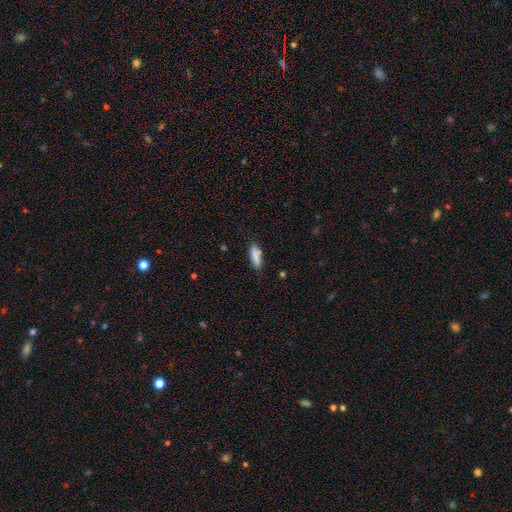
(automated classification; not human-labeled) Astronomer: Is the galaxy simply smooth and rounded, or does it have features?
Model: smooth — 85%.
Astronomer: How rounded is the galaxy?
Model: cigar-shaped — 55% (runner-up: in between, 43%).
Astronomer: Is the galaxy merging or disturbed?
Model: none — 79%.